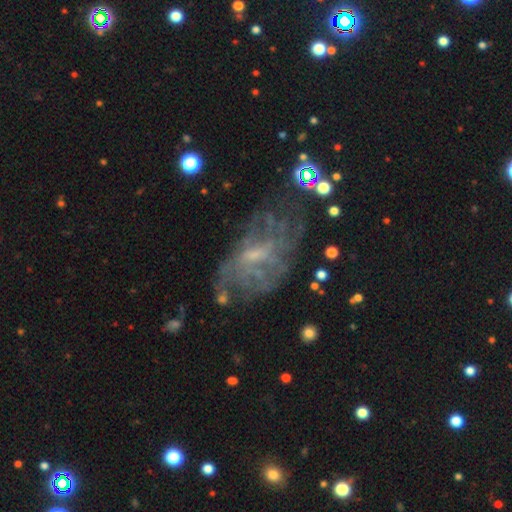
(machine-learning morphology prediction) Overall: featured or disk (69%). Edge-on disk: no (95%). Bar: no (46%; weak 45%). Spiral arms: yes (57%; no 43%). Bulge size: small (48%; moderate 26%). Merging: none (52%; major disturbance 23%).